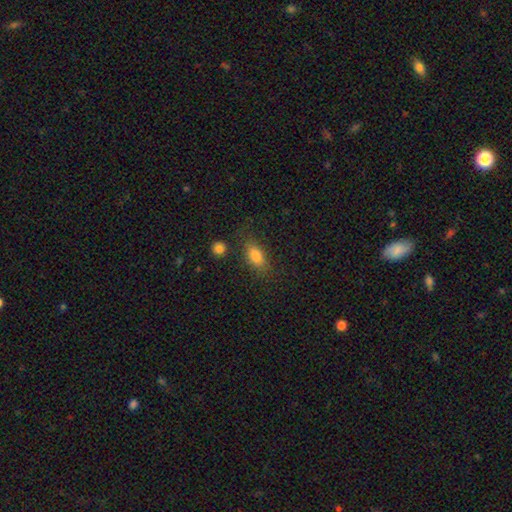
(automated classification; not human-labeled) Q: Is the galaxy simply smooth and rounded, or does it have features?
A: smooth — 81%.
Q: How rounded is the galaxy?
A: in between — 84%.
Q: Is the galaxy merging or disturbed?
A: none — 74%.